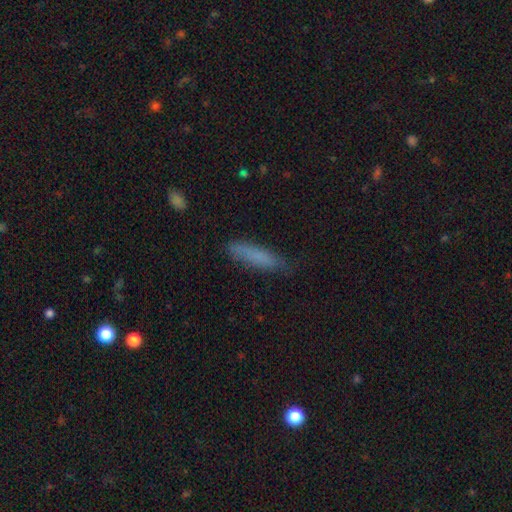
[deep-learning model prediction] Overall: smooth (76%). How rounded: cigar-shaped (80%). Merging: none (77%).